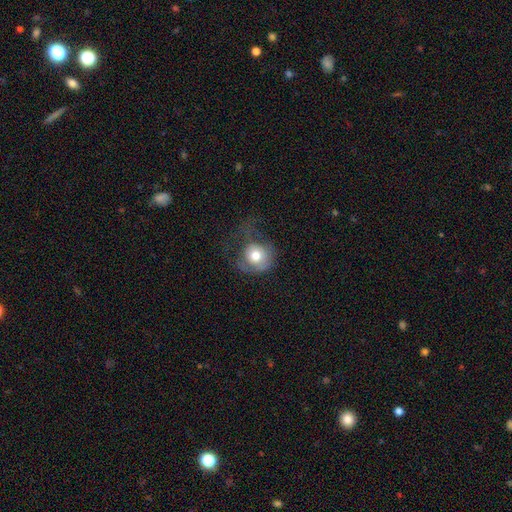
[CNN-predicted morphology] Smooth or featured? Predicted: smooth (p=0.67). How rounded? Predicted: round (p=0.82). Merging? Predicted: major disturbance (p=0.41).